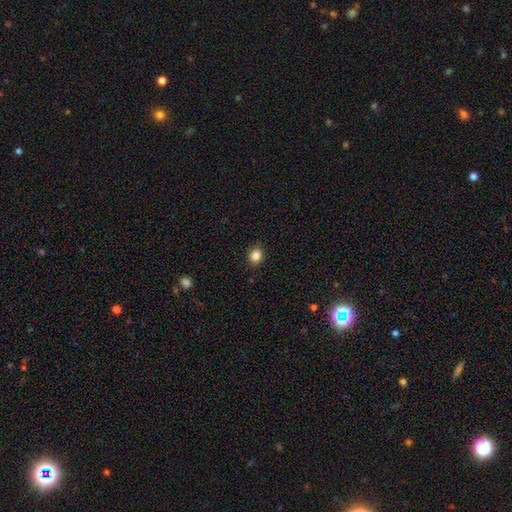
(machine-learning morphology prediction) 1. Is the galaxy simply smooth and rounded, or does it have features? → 85% smooth, 11% star or artifact, 4% featured or disk.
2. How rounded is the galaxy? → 74% round, 25% in between, 1% cigar-shaped.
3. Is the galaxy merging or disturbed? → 90% none, 7% minor disturbance, 2% major disturbance, 1% merger.